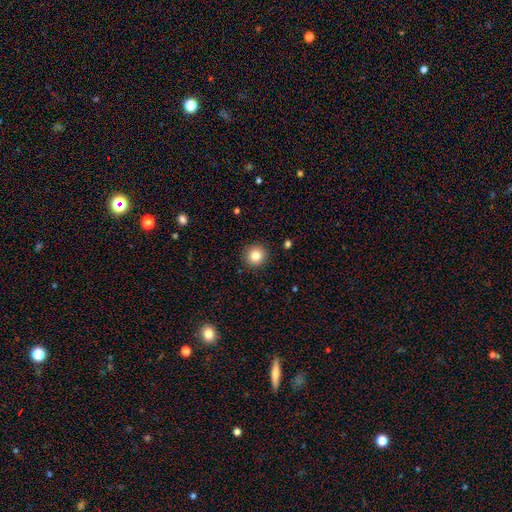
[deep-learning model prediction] Q: Smooth or featured?
A: smooth (83%); runner-up: star or artifact (10%)
Q: How rounded?
A: round (94%); runner-up: in between (5%)
Q: Merging?
A: none (91%); runner-up: minor disturbance (6%)